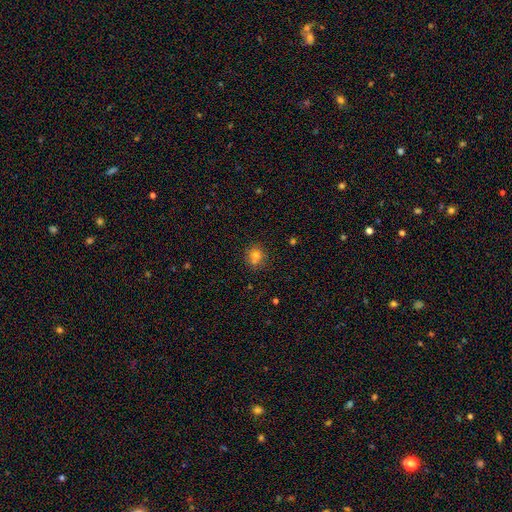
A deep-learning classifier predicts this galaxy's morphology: smooth 71%, star or artifact 15%, featured or disk 13%. Down the decision tree: how rounded — round (85%); merging — none (65%).